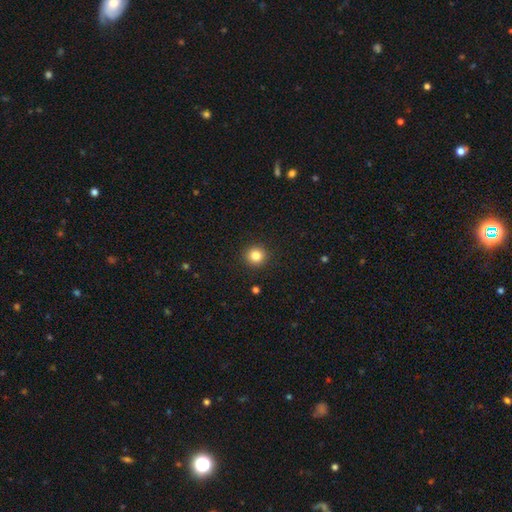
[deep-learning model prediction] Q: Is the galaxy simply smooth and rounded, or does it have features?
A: smooth — 83%.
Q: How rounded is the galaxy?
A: round — 94%.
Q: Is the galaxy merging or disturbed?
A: none — 92%.